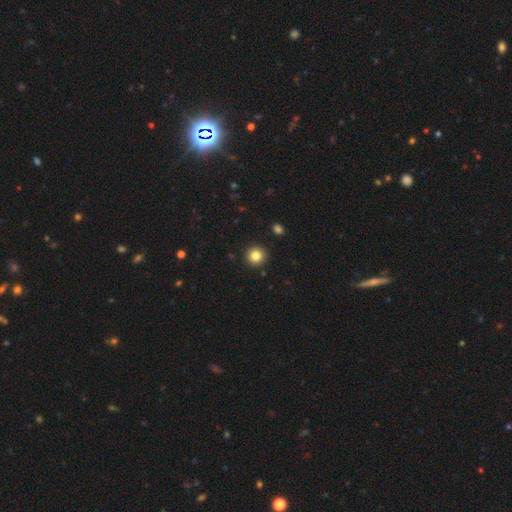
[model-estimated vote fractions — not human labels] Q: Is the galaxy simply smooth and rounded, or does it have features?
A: smooth — 84%.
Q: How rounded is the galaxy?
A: round — 95%.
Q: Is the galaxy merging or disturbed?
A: none — 92%.